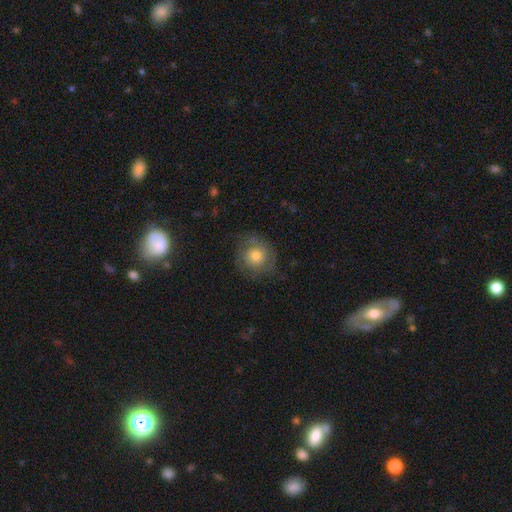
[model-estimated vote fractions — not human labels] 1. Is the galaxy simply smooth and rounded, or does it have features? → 57% smooth, 34% featured or disk, 9% star or artifact.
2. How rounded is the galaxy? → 90% round, 9% in between, 1% cigar-shaped.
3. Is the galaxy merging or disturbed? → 70% none, 18% minor disturbance, 10% major disturbance, 1% merger.